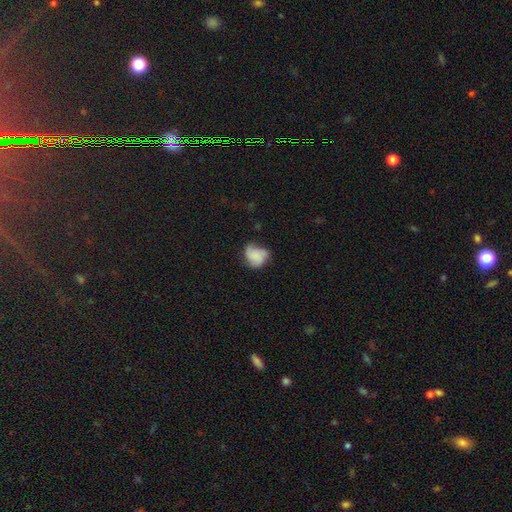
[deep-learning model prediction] Overall: smooth (57%; featured or disk 33%). How rounded: round (54%; in between 45%). Merging: none (46%; minor disturbance 31%).